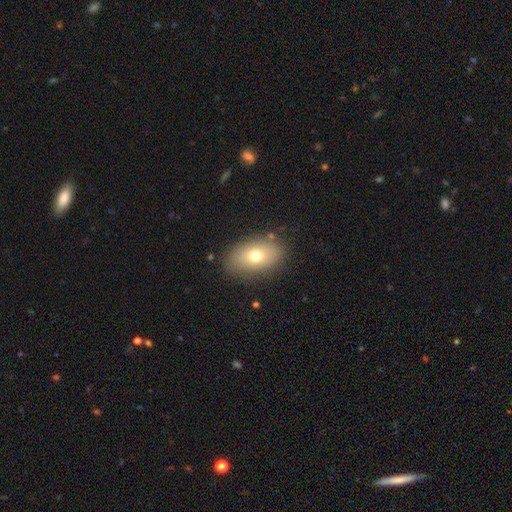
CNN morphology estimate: A smooth galaxy with no disk features (72%) that is in between round and cigar-shaped (86%).

Vote fractions:
- Smooth or featured? smooth: 72% / featured or disk: 18% / star or artifact: 10%
- How rounded? in between: 86% / round: 12% / cigar-shaped: 1%
- Merging? none: 83% / minor disturbance: 12% / major disturbance: 4% / merger: 2%